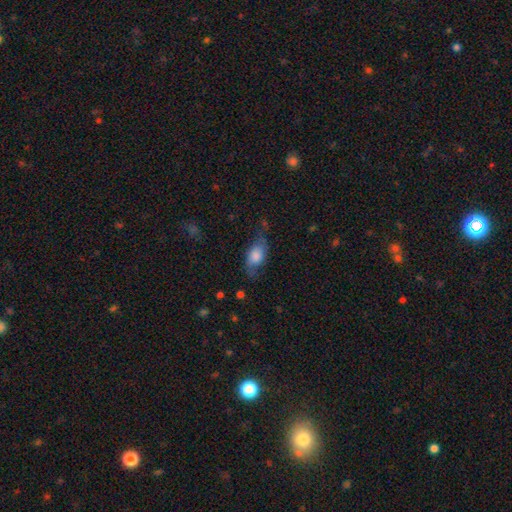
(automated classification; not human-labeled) Q: Smooth or featured?
A: smooth (68%); runner-up: featured or disk (25%)
Q: How rounded?
A: in between (84%); runner-up: cigar-shaped (8%)
Q: Merging?
A: none (54%); runner-up: minor disturbance (29%)